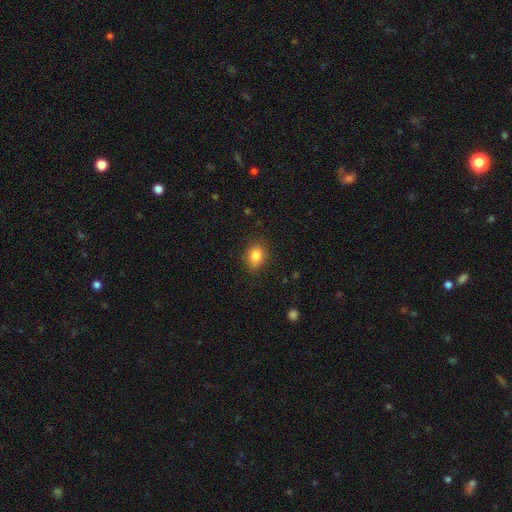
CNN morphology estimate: smooth-or-featured: smooth: 83% | star or artifact: 10% | featured or disk: 7%
  how-rounded: in between: 55% | round: 44% | cigar-shaped: 1%
  merging: none: 79% | minor disturbance: 16% | major disturbance: 4% | merger: 1%